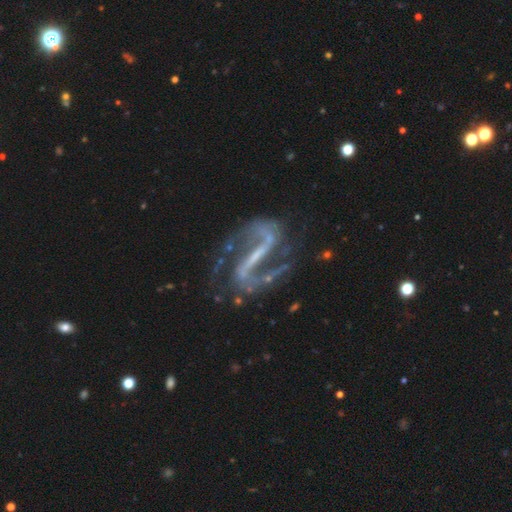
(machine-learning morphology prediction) smooth-or-featured: featured or disk: 92% | star or artifact: 5% | smooth: 3%
  disk-edge-on: no: 96% | yes: 4%
    bar: strong: 76% | weak: 18% | no: 6%
    has-spiral-arms: yes: 97% | no: 3%
      spiral-winding: medium: 51% | loose: 35% | tight: 14%
      spiral-arm-count: 2: 94% | can't tell: 2% | 1: 1% | 3: 1% | 4: 1% | more than 4: 1%
    bulge-size: small: 45% | none: 43% | moderate: 9% | large: 2% | dominant: 1%
  merging: none: 71% | minor disturbance: 15% | major disturbance: 11% | merger: 3%